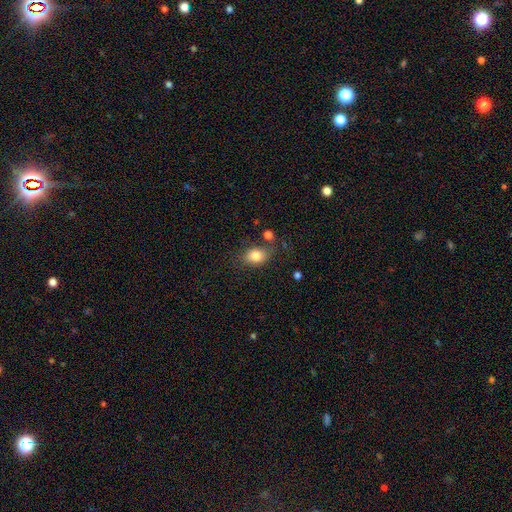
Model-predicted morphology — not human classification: Q: Smooth or featured?
A: smooth (82%); runner-up: featured or disk (9%)
Q: How rounded?
A: in between (70%); runner-up: round (29%)
Q: Merging?
A: none (63%); runner-up: minor disturbance (21%)